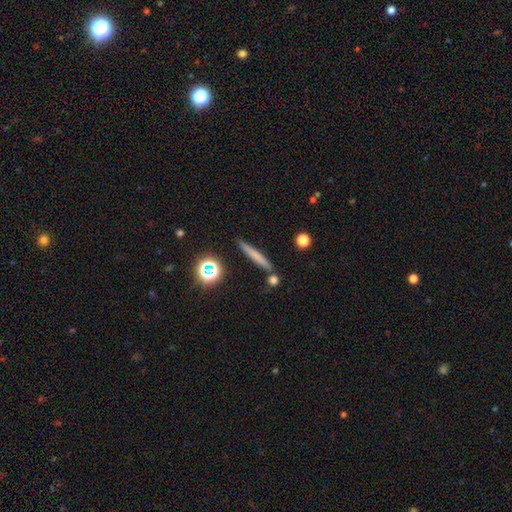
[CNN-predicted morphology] Q: Smooth or featured?
A: smooth (65%); runner-up: featured or disk (25%)
Q: How rounded?
A: cigar-shaped (93%); runner-up: in between (4%)
Q: Merging?
A: none (84%); runner-up: minor disturbance (9%)